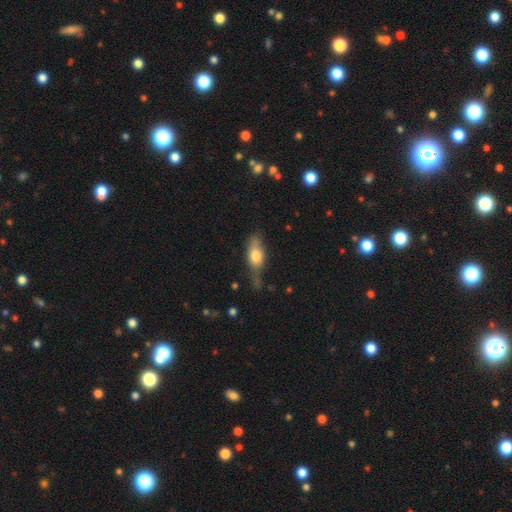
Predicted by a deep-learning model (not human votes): The model was most divided on "merging": none: 51%, minor disturbance: 31%, major disturbance: 12%, merger: 6%. More confident: how rounded — in between (78%); smooth or featured — smooth (70%).